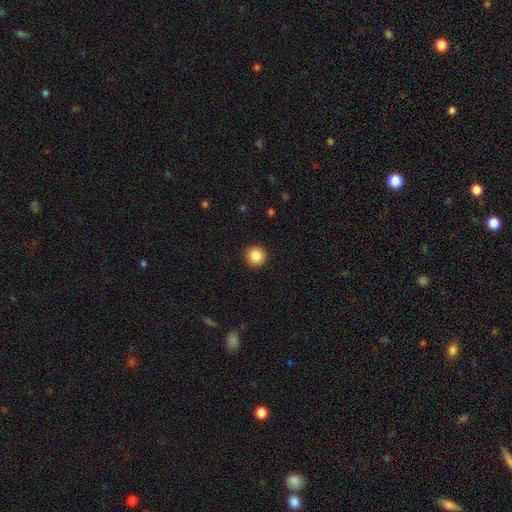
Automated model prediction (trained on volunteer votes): This appears to be a smooth galaxy with no disk features (87%) that is round (95%). Merging: none (93%).